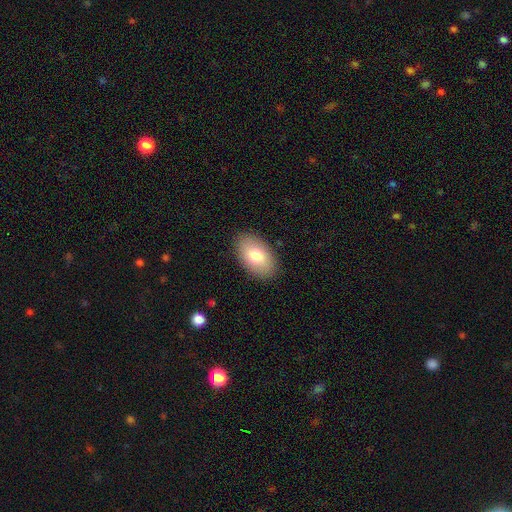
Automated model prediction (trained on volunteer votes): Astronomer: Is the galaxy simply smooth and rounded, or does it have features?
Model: smooth — 77%.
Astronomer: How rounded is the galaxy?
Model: in between — 93%.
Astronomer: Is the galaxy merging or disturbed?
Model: none — 87%.